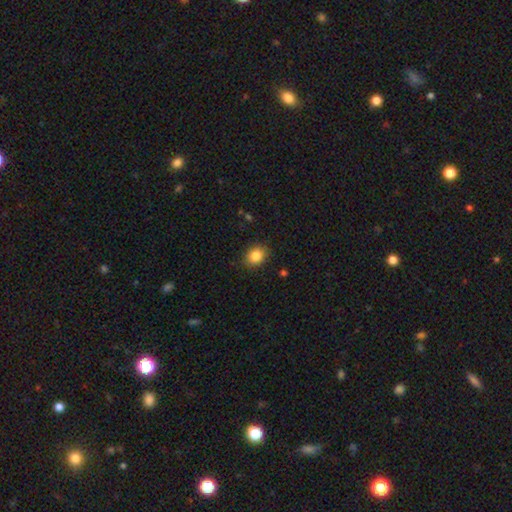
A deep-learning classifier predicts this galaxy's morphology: Smooth or featured? smooth (85%)
How rounded? in between (50%)
Merging? none (87%)